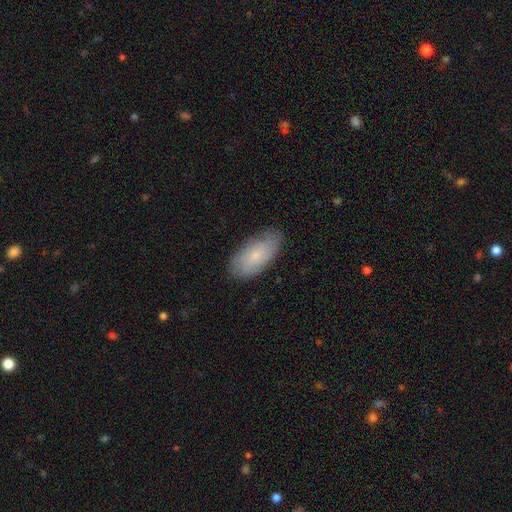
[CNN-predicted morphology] smooth 70%, featured or disk 23%, star or artifact 7%. Down the decision tree: how rounded — in between (92%); merging — none (76%).